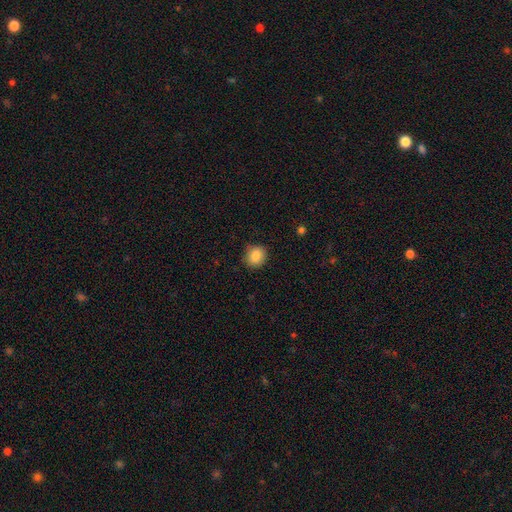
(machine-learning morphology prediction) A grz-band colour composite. It shows a smooth galaxy with no disk features (87%) that is round (77%). Merging: none (86%).